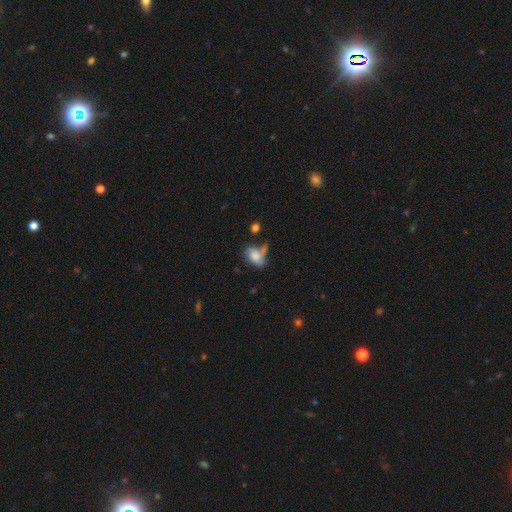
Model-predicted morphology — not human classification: type=smooth (73%); roundness=in between (83%); merging=none (35%).